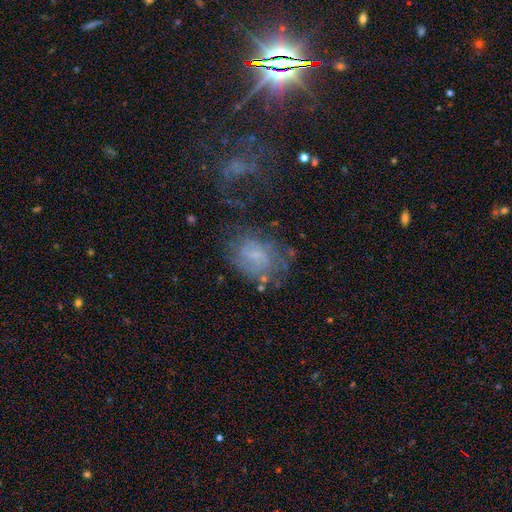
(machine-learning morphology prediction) Smooth or featured: featured or disk — 47% (smooth — 39%)
Merging: none — 50% (minor disturbance — 23%)